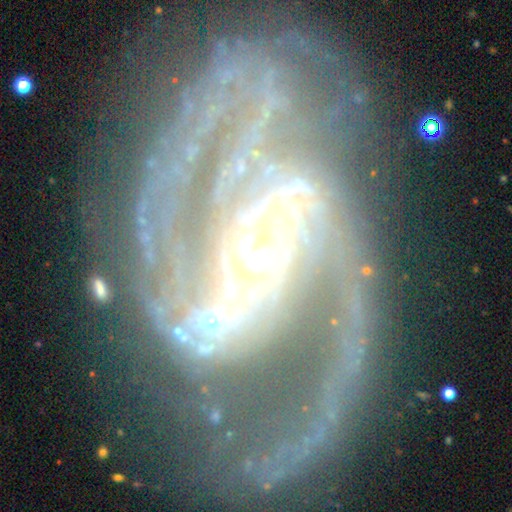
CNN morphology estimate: A featured or disk galaxy (92%) with a strong bar (42%), 2 (60%) medium (53%) spiral arms (98%) and a small central bulge (47%). Merging: none (66%).